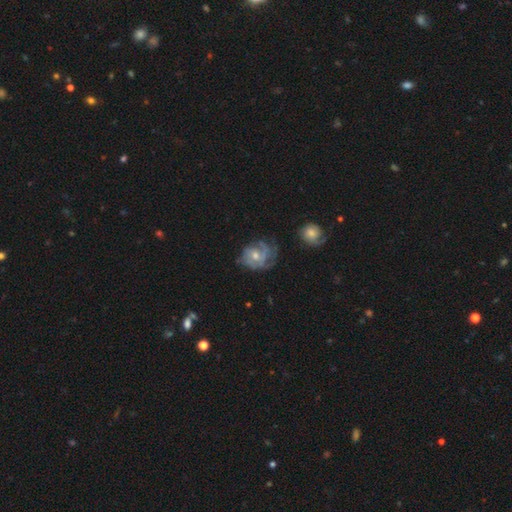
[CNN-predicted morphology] Smooth or featured? Predicted: featured or disk (p=0.74). Edge-on disk? Predicted: no (p=0.97). Bar? Predicted: no (p=0.65). Spiral arms? Predicted: yes (p=0.91). Spiral winding? Predicted: tight (p=0.56). Spiral arm count? Predicted: can't tell (p=0.33). Bulge size? Predicted: moderate (p=0.54). Merging? Predicted: none (p=0.63).